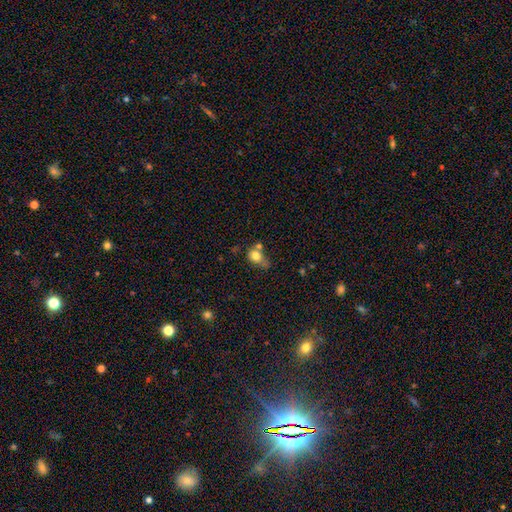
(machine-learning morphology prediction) The model was most divided on "merging": none: 32%, merger: 31%, minor disturbance: 23%, major disturbance: 14%. More confident: smooth or featured — smooth (76%); how rounded — in between (56%).